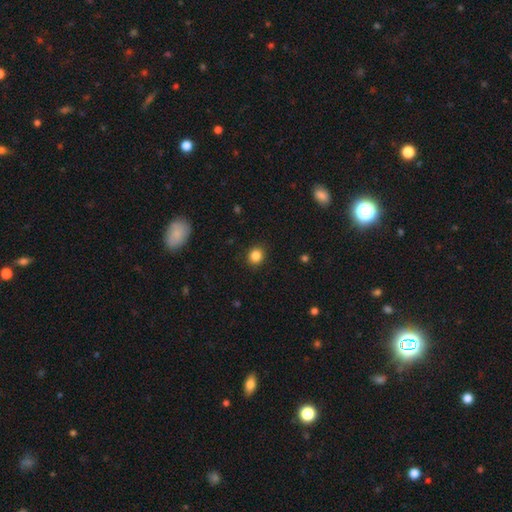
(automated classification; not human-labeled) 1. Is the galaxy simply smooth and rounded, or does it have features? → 85% smooth, 11% star or artifact, 4% featured or disk.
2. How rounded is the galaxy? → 82% round, 17% in between, 1% cigar-shaped.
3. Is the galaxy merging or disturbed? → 90% none, 7% minor disturbance, 2% major disturbance, 1% merger.